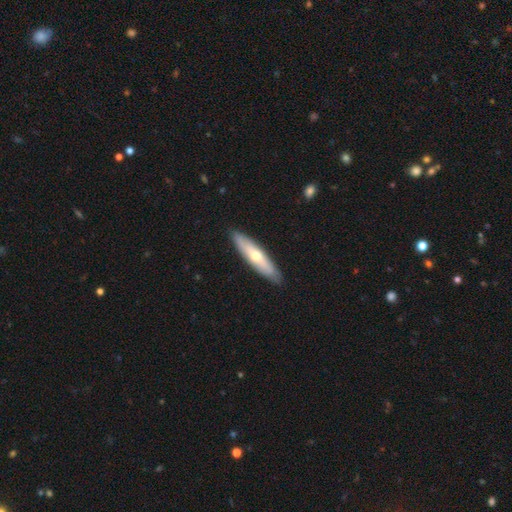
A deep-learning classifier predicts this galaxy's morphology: Smooth or featured? featured or disk (48%)
Merging? none (89%)